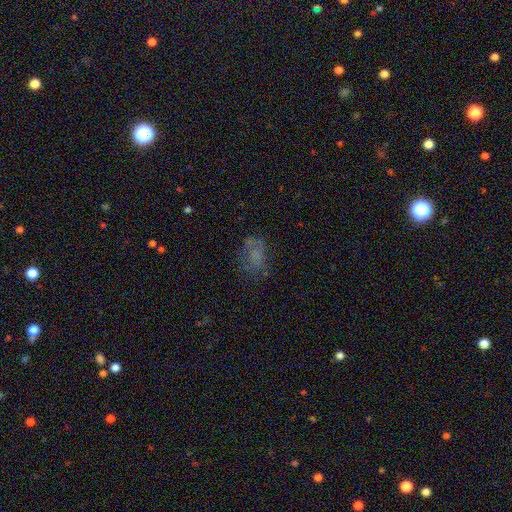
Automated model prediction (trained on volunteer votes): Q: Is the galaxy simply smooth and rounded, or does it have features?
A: smooth — 53%.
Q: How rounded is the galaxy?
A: in between — 75%.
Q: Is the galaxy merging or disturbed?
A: none — 52%.